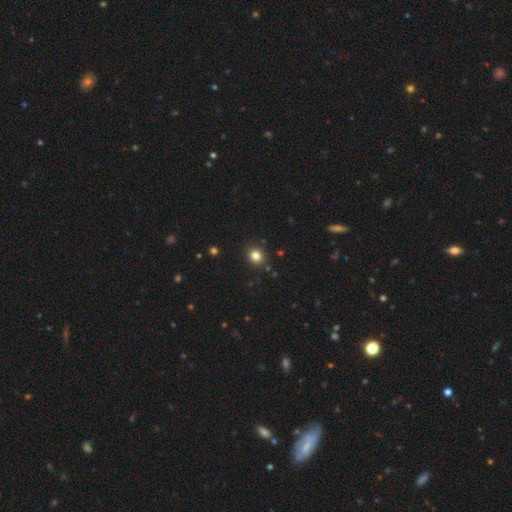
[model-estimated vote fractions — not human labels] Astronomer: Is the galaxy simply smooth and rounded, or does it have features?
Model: smooth — 81%.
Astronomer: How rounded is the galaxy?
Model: round — 73%.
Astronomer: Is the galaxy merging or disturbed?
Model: none — 88%.